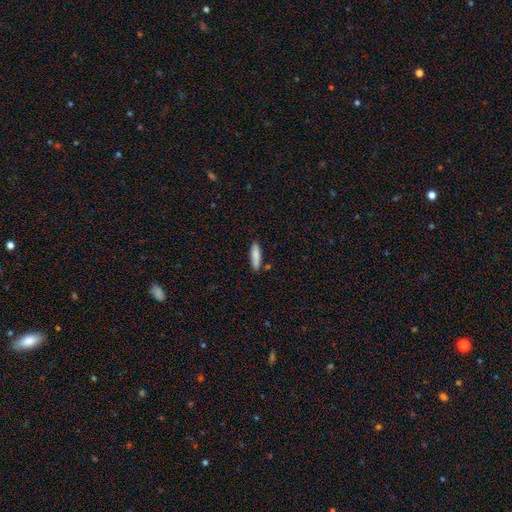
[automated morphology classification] This is clearly a smooth galaxy (85%). How rounded: likely cigar-shaped (64%). Merging: likely none (78%).